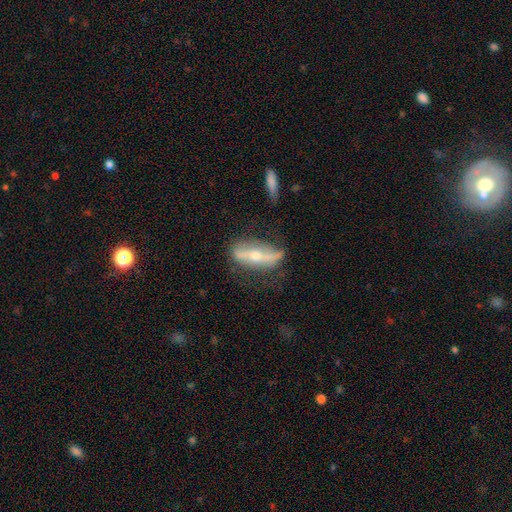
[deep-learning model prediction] Smooth or featured? featured or disk (69%)
Edge-on disk? no (55%)
Merging? none (62%)